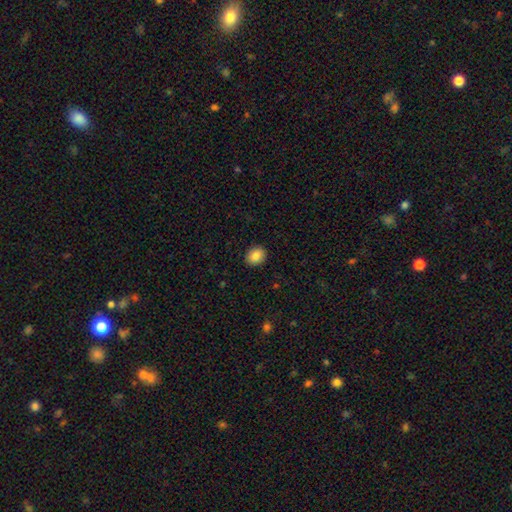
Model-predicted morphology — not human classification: A smooth galaxy with no disk features (86%) that is round (54%). Merging: none (91%).